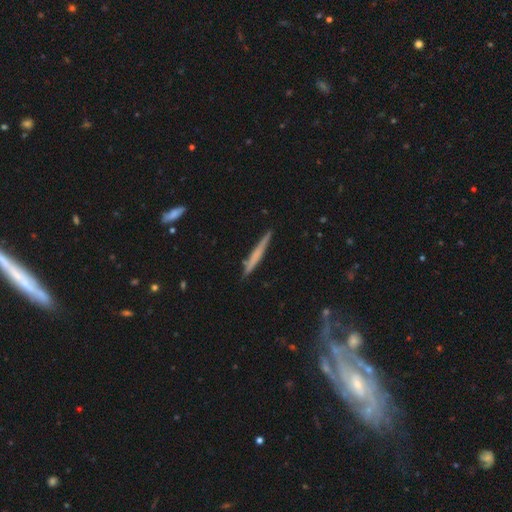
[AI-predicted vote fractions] Smooth or featured?
  - featured or disk: 48% *
  - smooth: 46%
  - star or artifact: 6%
Merging?
  - none: 86% *
  - minor disturbance: 11%
  - major disturbance: 2%
  - merger: 2%